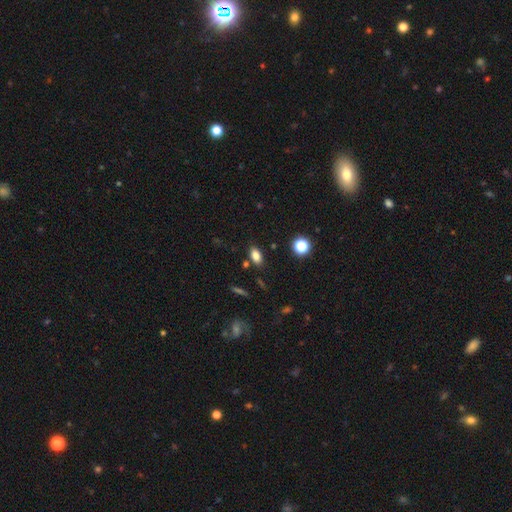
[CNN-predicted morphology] type=smooth (81%); roundness=in between (86%); merging=none (83%).